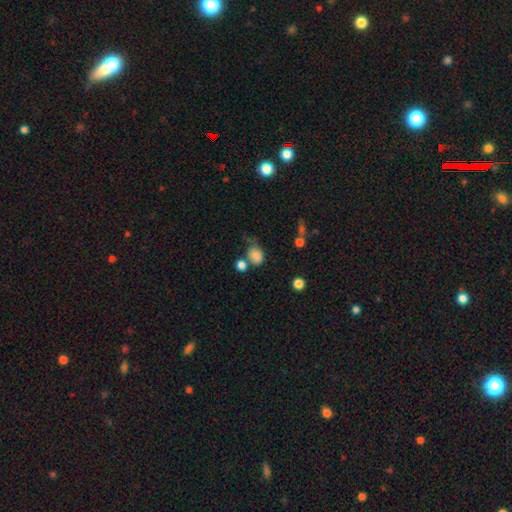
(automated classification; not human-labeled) Morphology: type=smooth (81%); roundness=in between (57%); merging=none (43%).